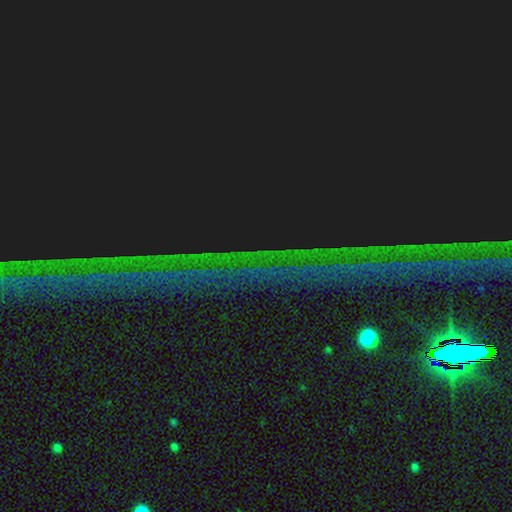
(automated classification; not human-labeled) smooth-or-featured: star or artifact: 87% | featured or disk: 7% | smooth: 6%